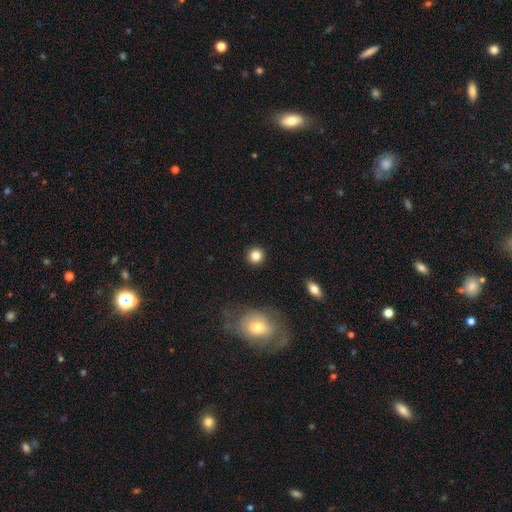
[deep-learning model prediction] Q: Smooth or featured?
A: smooth (84%); runner-up: star or artifact (11%)
Q: How rounded?
A: round (92%); runner-up: in between (7%)
Q: Merging?
A: none (92%); runner-up: minor disturbance (5%)